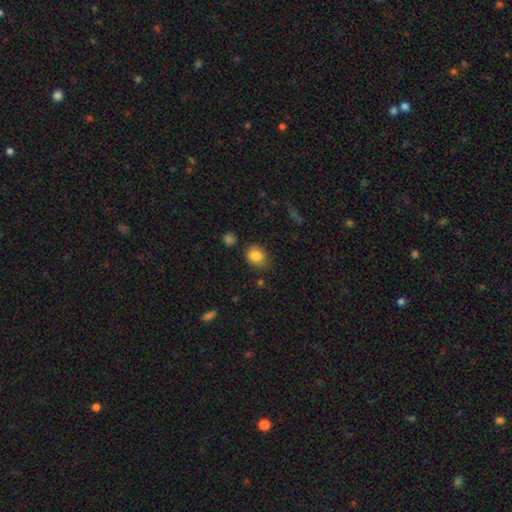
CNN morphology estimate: Smooth or featured? smooth (84%)
How rounded? round (59%)
Merging? none (77%)